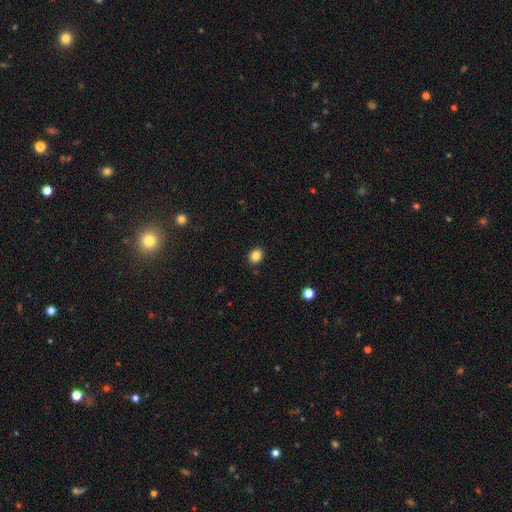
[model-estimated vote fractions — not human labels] Morphology: type=smooth (84%); roundness=round (58%); merging=none (90%).